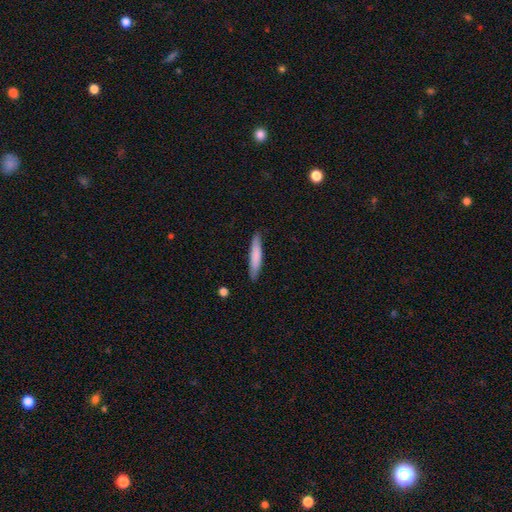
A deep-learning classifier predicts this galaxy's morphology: Smooth or featured? smooth (78%)
How rounded? cigar-shaped (89%)
Merging? none (88%)